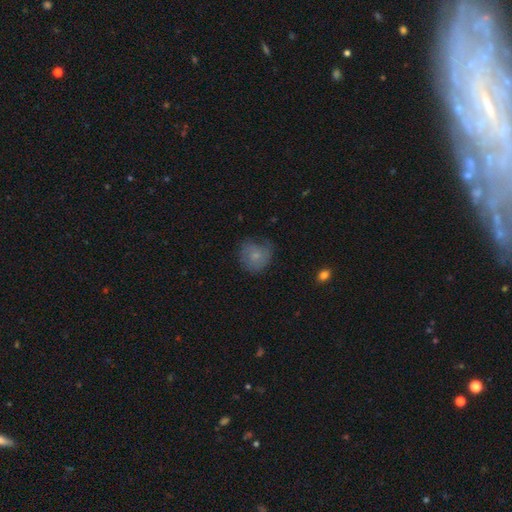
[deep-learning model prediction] Smooth or featured? Predicted: smooth (p=0.62). How rounded? Predicted: round (p=0.81). Merging? Predicted: none (p=0.60).